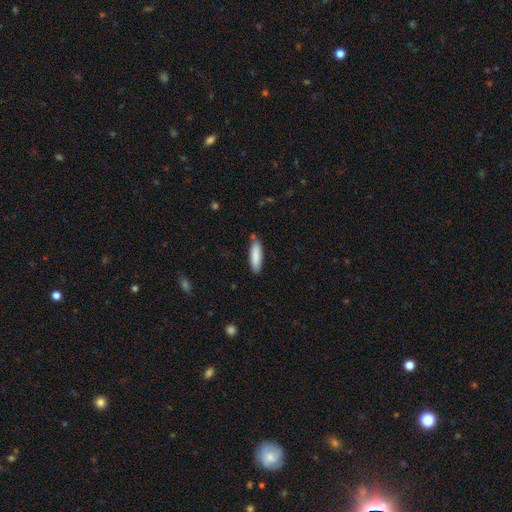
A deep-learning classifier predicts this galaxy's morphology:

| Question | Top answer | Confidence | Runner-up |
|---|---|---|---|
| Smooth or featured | smooth | 85% | featured or disk (9%) |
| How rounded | cigar-shaped | 61% | in between (37%) |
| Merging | none | 76% | minor disturbance (17%) |